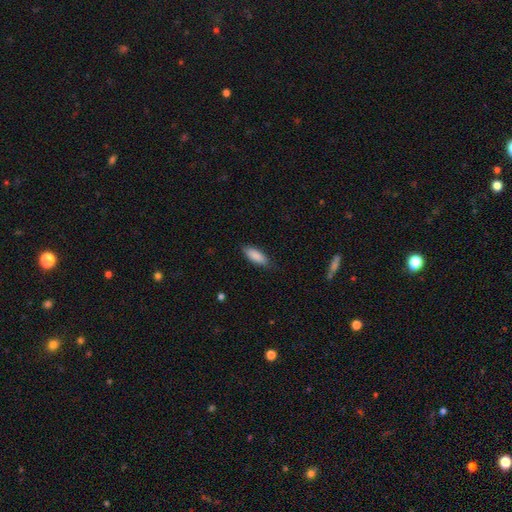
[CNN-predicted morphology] The model was most divided on "how rounded": in between: 71%, cigar-shaped: 27%, round: 2%. More confident: smooth or featured — smooth (88%); merging — none (83%).